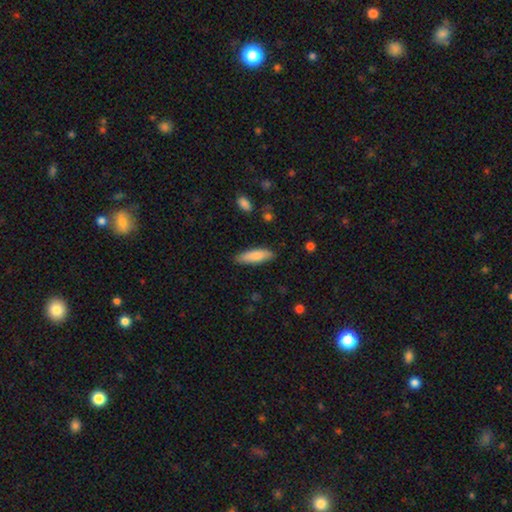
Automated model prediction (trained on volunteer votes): Smooth or featured? smooth (81%)
How rounded? cigar-shaped (58%)
Merging? none (85%)